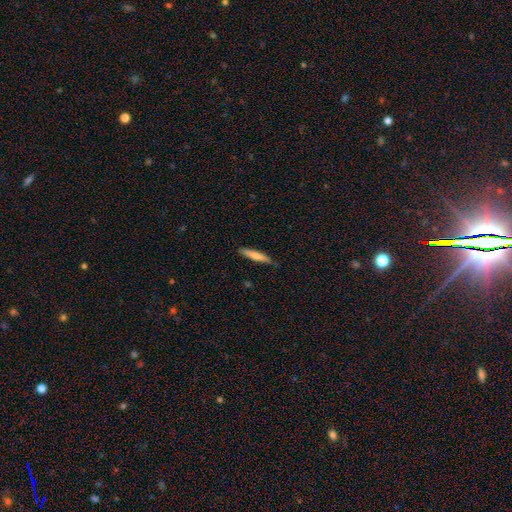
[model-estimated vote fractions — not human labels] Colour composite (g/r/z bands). It shows a smooth galaxy with no disk features (72%) that is cigar-shaped (90%). Merging: none (81%).